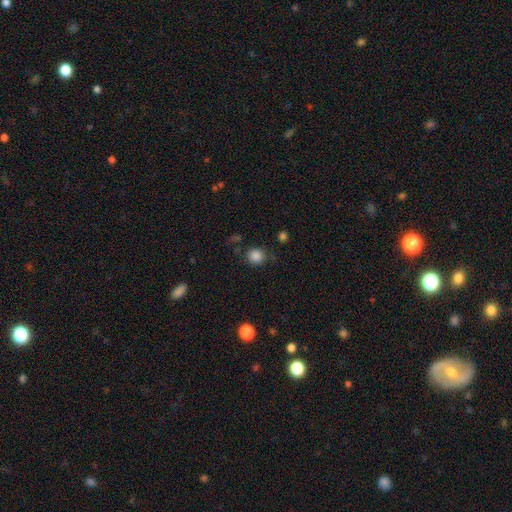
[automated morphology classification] smooth-or-featured: smooth: 85% | star or artifact: 11% | featured or disk: 4%
  how-rounded: round: 86% | in between: 13% | cigar-shaped: 1%
  merging: none: 79% | minor disturbance: 13% | major disturbance: 5% | merger: 3%